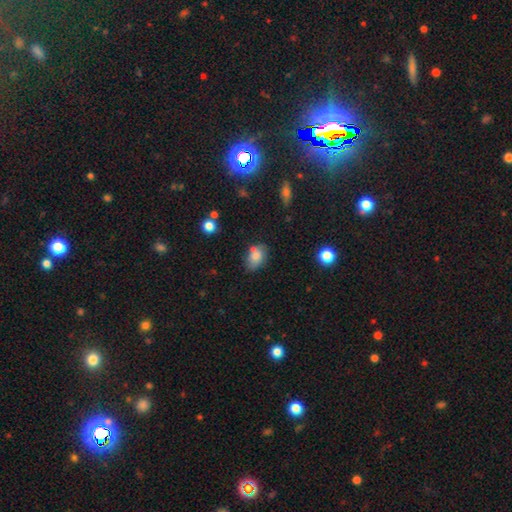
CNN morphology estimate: smooth 77%, featured or disk 13%, star or artifact 10%. Down the decision tree: how rounded — in between (82%); merging — none (55%).